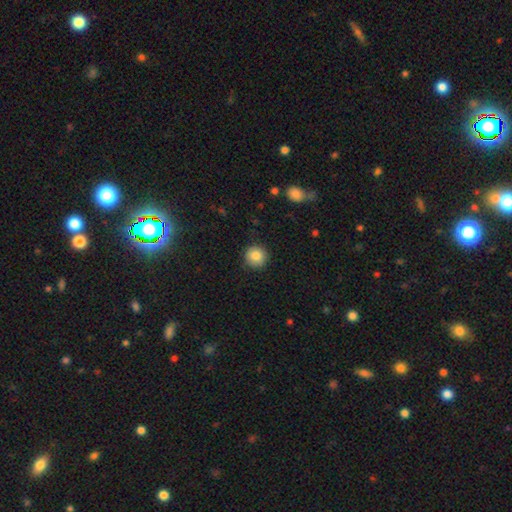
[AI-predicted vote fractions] This is clearly a smooth galaxy (83%). How rounded: clearly round (94%). Merging: clearly none (89%).